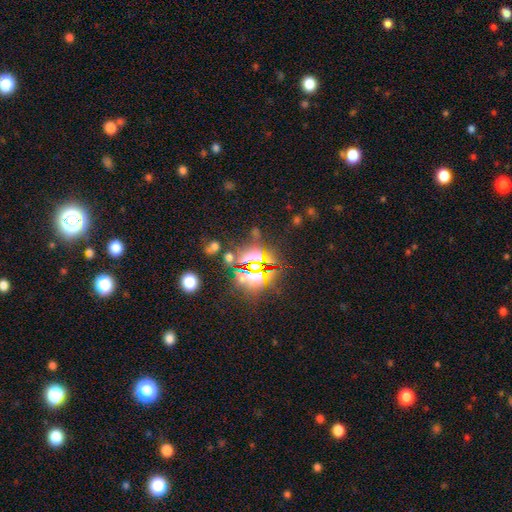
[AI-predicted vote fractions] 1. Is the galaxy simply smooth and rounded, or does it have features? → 79% star or artifact, 12% smooth, 9% featured or disk.